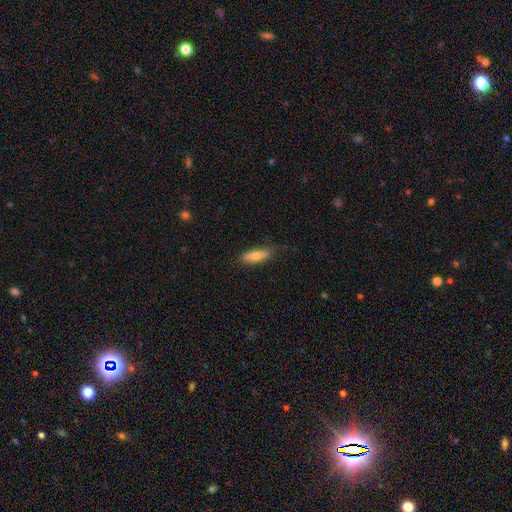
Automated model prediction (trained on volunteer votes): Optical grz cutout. It shows a smooth galaxy with no disk features (73%) that is in between round and cigar-shaped (60%). Merging: none (76%).